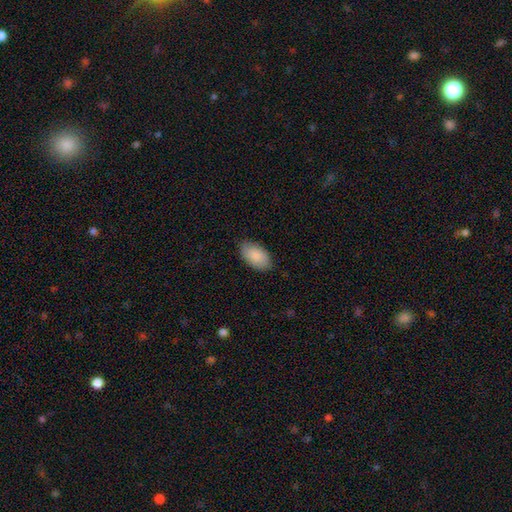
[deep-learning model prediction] Overall: smooth (88%). How rounded: in between (95%). Merging: none (84%).